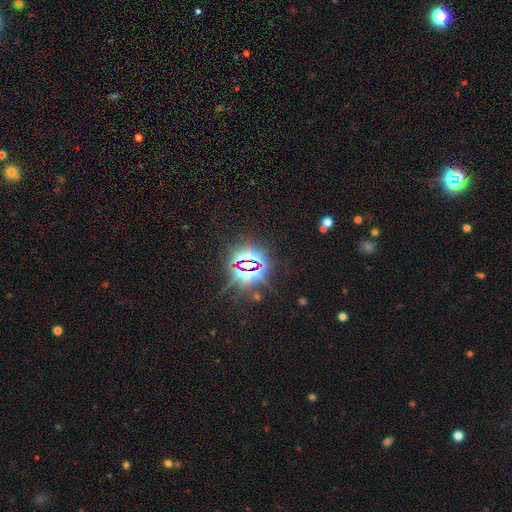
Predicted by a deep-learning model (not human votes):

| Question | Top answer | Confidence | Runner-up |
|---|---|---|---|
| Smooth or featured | star or artifact | 83% | smooth (11%) |